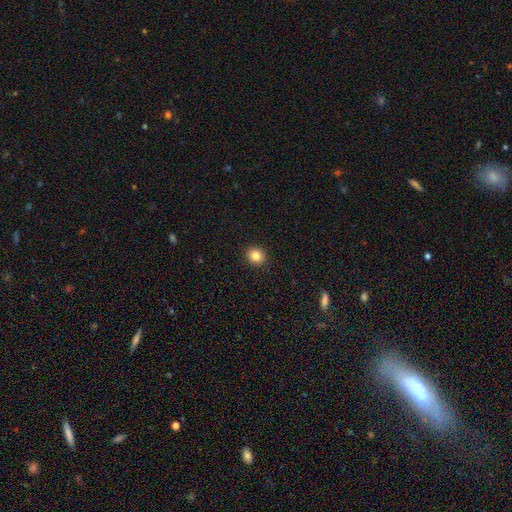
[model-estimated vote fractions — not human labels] Smooth or featured? smooth (83%)
How rounded? round (77%)
Merging? none (92%)